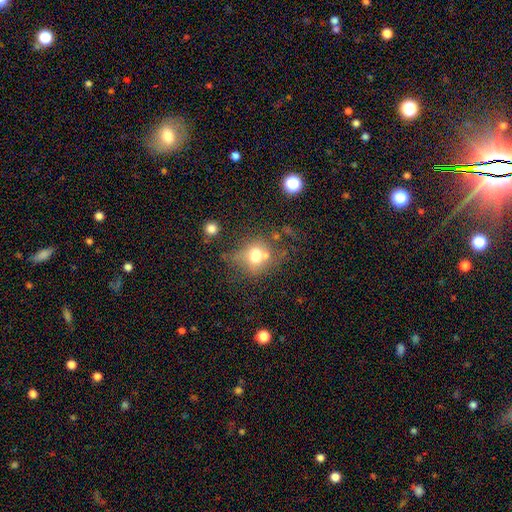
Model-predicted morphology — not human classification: A smooth galaxy with no disk features (65%) that is round (65%).

Vote fractions:
- Smooth or featured? smooth: 65% / featured or disk: 22% / star or artifact: 13%
- How rounded? round: 65% / in between: 33% / cigar-shaped: 1%
- Merging? none: 43% / merger: 26% / minor disturbance: 18% / major disturbance: 13%